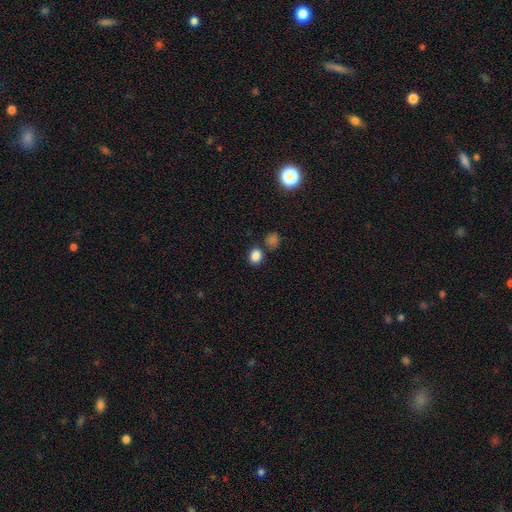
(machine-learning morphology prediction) A smooth galaxy with no disk features (84%) that is round (54%). Merging: none (73%).